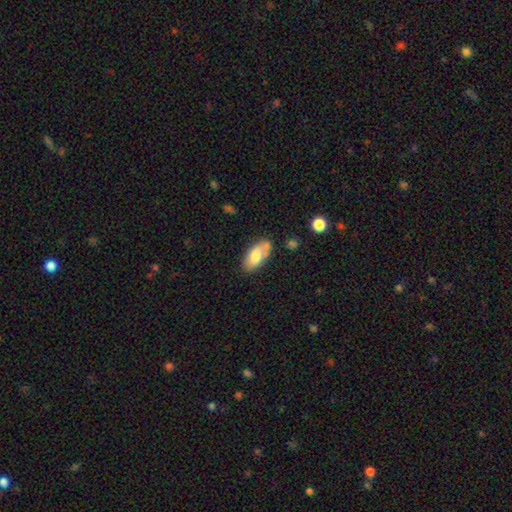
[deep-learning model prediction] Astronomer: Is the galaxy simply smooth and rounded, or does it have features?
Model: smooth — 72%.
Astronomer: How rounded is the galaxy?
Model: in between — 90%.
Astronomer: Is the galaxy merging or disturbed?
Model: none — 57%.